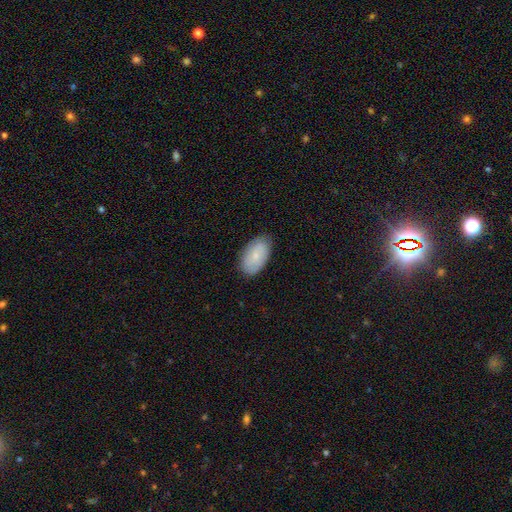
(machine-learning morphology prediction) type=smooth (75%); roundness=in between (94%); merging=none (82%).